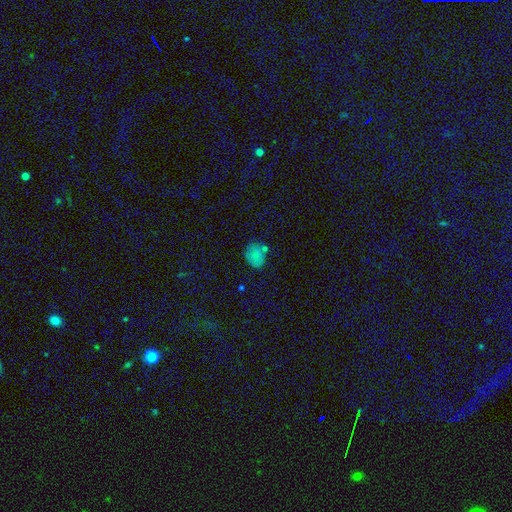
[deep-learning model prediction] The model was most divided on "how rounded": in between: 52%, round: 47%, cigar-shaped: 1%. More confident: smooth or featured — smooth (79%); merging — none (66%).